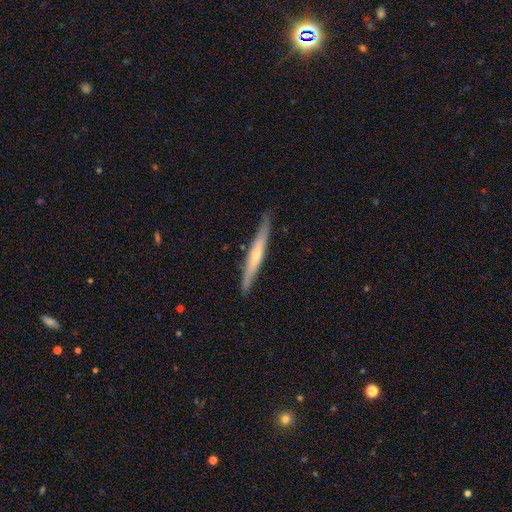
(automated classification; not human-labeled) Q: Smooth or featured?
A: featured or disk (52%); runner-up: smooth (42%)
Q: Edge-on disk?
A: yes (91%); runner-up: no (9%)
Q: Merging?
A: none (86%); runner-up: minor disturbance (11%)